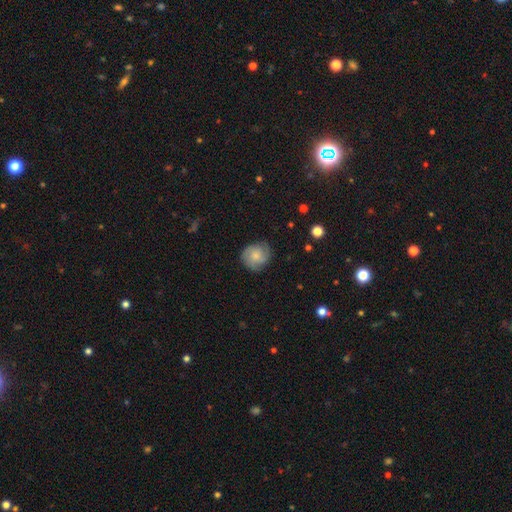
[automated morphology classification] This is possibly a smooth galaxy (54%). How rounded: clearly round (83%). Merging: likely none (78%).